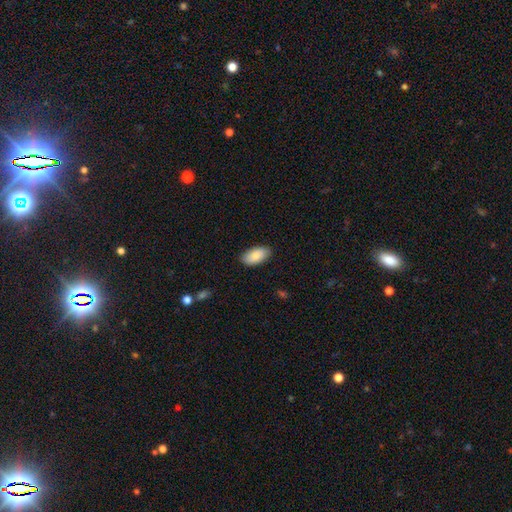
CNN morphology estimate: smooth-or-featured: smooth: 85% | featured or disk: 9% | star or artifact: 6%
  how-rounded: in between: 95% | round: 2% | cigar-shaped: 2%
  merging: none: 87% | minor disturbance: 11% | major disturbance: 2% | merger: 1%